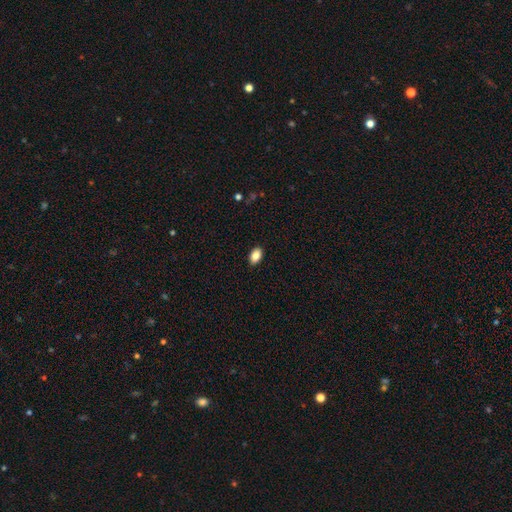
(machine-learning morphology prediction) The model was most divided on "smooth or featured": smooth: 87%, star or artifact: 8%, featured or disk: 5%. More confident: how rounded — in between (90%); merging — none (90%).